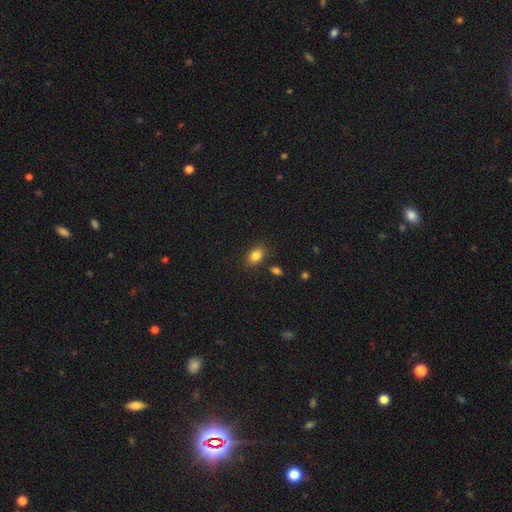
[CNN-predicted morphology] Q: Smooth or featured?
A: smooth (83%); runner-up: star or artifact (10%)
Q: How rounded?
A: in between (80%); runner-up: round (19%)
Q: Merging?
A: none (82%); runner-up: minor disturbance (11%)